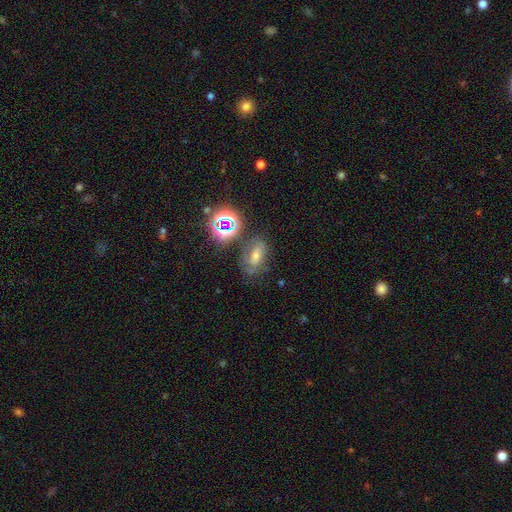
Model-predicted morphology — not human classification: A featured or disk galaxy (40%). Merging: none (63%).